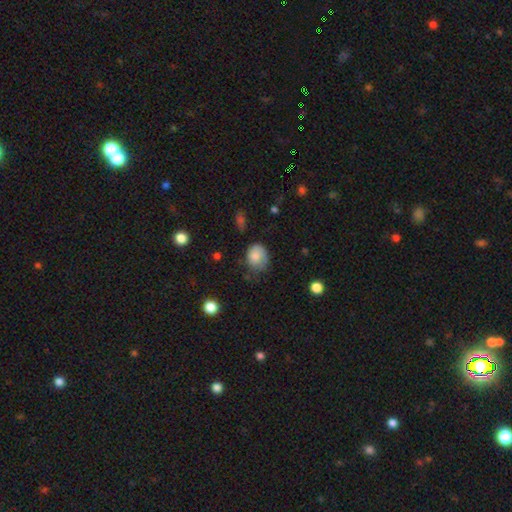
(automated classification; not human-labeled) Smooth or featured?
  - smooth: 73% *
  - featured or disk: 19%
  - star or artifact: 8%
How rounded?
  - round: 53% *
  - in between: 46%
  - cigar-shaped: 1%
Merging?
  - none: 46% *
  - minor disturbance: 36%
  - major disturbance: 16%
  - merger: 2%